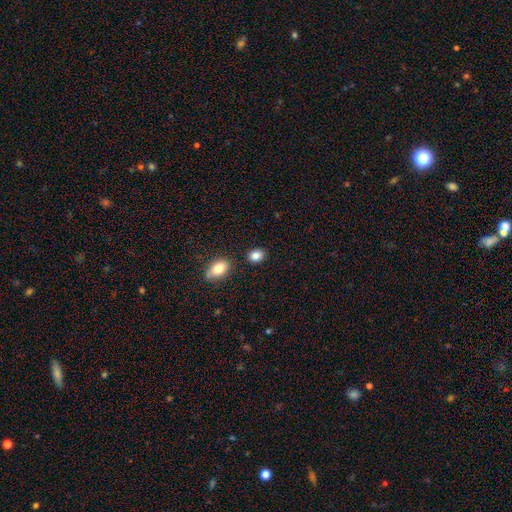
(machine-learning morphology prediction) Smooth or featured: smooth — 84% (star or artifact — 10%)
How rounded: in between — 54% (round — 45%)
Merging: none — 83% (minor disturbance — 9%)